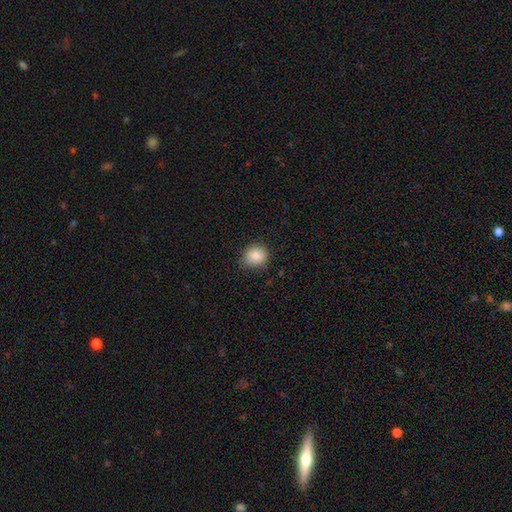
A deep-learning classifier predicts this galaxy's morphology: This appears to be a smooth galaxy with no disk features (85%) that is round (70%). Merging: none (76%).